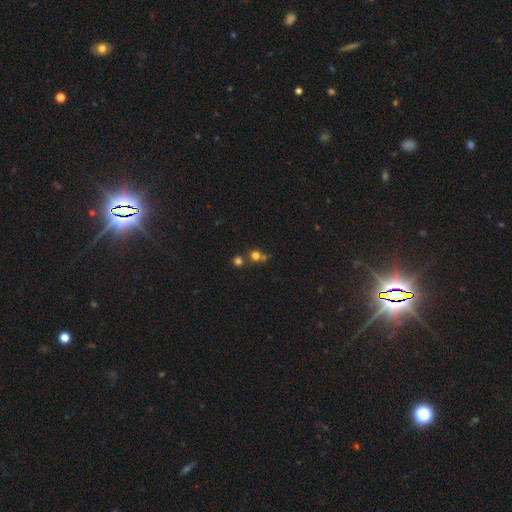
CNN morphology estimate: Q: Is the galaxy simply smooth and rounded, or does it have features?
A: smooth — 68%.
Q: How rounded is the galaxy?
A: round — 89%.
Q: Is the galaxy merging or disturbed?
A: none — 61%.